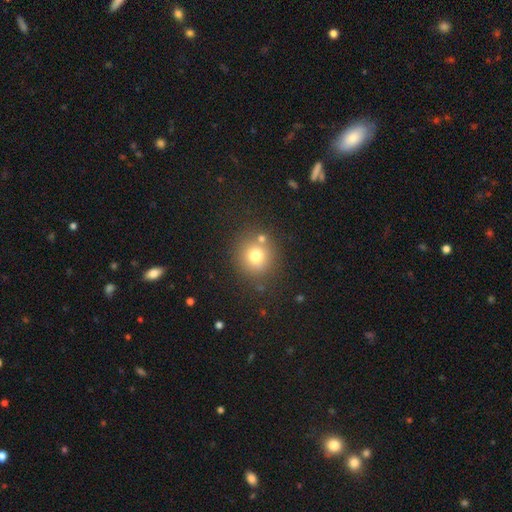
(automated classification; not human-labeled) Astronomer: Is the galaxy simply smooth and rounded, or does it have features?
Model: smooth — 74%.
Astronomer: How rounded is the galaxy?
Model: round — 90%.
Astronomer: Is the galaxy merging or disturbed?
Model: none — 76%.